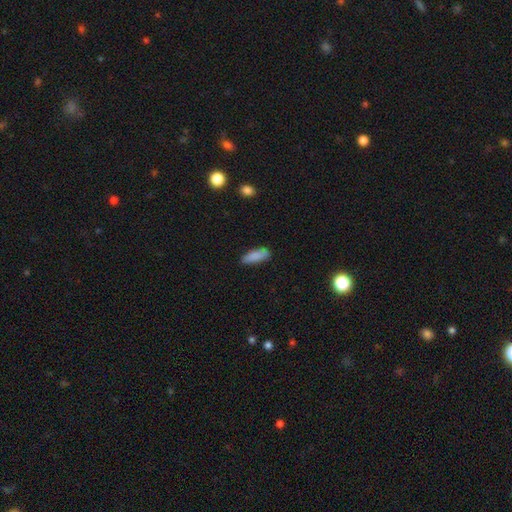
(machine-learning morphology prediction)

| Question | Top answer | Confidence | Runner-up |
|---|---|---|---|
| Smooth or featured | smooth | 86% | featured or disk (7%) |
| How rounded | in between | 60% | cigar-shaped (38%) |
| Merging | none | 79% | minor disturbance (16%) |